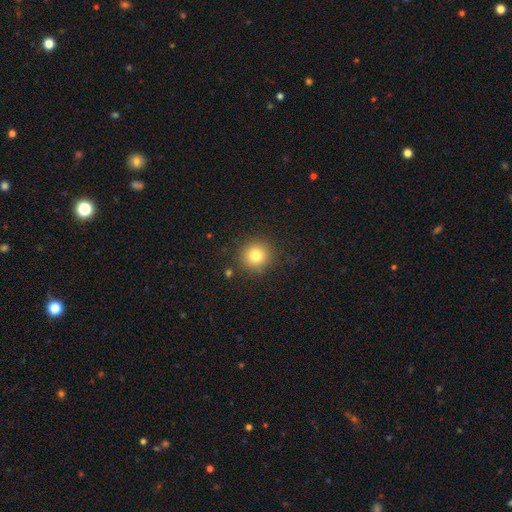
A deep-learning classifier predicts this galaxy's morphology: This is likely a smooth galaxy (80%). How rounded: clearly round (93%). Merging: clearly none (88%).